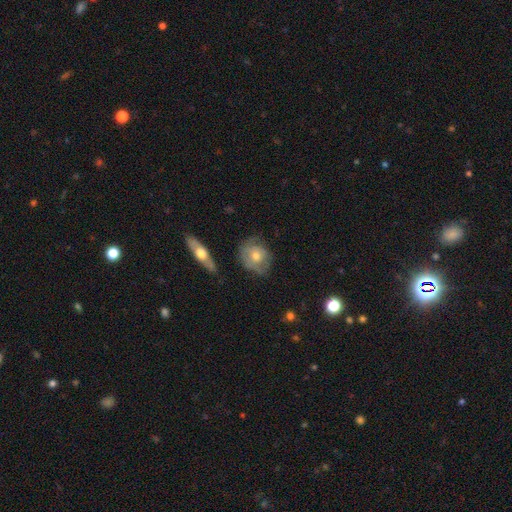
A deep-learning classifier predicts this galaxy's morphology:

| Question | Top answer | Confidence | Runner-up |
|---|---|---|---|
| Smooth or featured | smooth | 48% | featured or disk (45%) |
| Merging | none | 60% | minor disturbance (27%) |